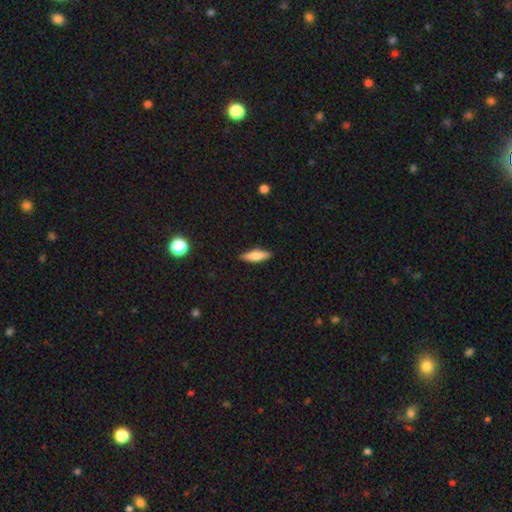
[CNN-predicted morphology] smooth-or-featured: smooth: 72% | featured or disk: 21% | star or artifact: 7%
  how-rounded: cigar-shaped: 61% | in between: 37% | round: 2%
  merging: none: 89% | minor disturbance: 8% | major disturbance: 2% | merger: 1%